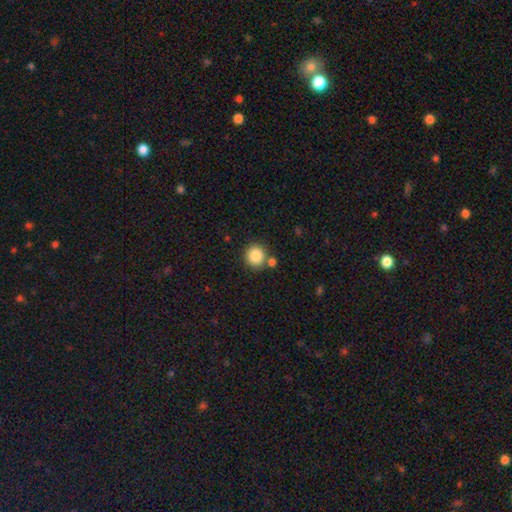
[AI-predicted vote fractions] This is clearly a smooth galaxy (86%). How rounded: clearly round (89%). Merging: likely none (74%).